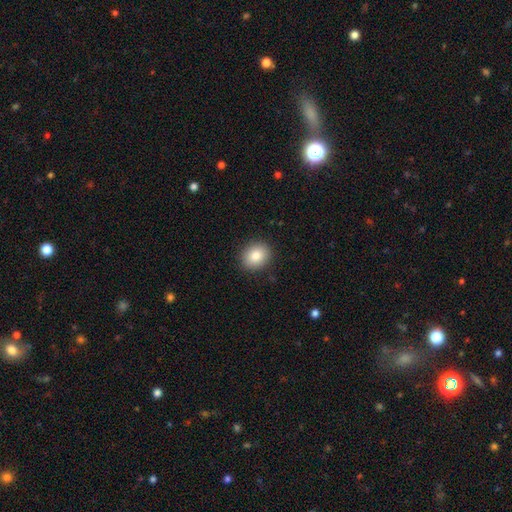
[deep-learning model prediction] Overall: smooth (85%). How rounded: round (59%; in between 40%). Merging: none (89%).